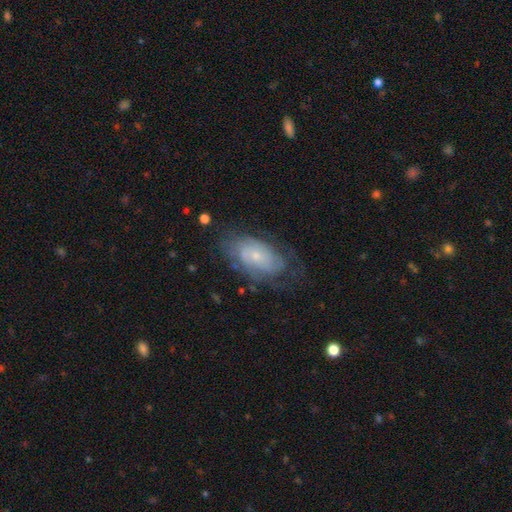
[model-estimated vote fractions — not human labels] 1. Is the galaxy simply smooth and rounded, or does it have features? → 62% featured or disk, 30% smooth, 8% star or artifact.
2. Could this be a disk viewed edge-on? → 93% no, 7% yes.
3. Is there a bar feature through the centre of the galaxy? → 79% no, 18% weak, 3% strong.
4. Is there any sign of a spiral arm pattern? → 75% yes, 25% no.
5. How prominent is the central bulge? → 74% small, 21% moderate, 3% none, 2% large, 1% dominant.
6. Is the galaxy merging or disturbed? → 59% none, 24% minor disturbance, 15% major disturbance, 2% merger.